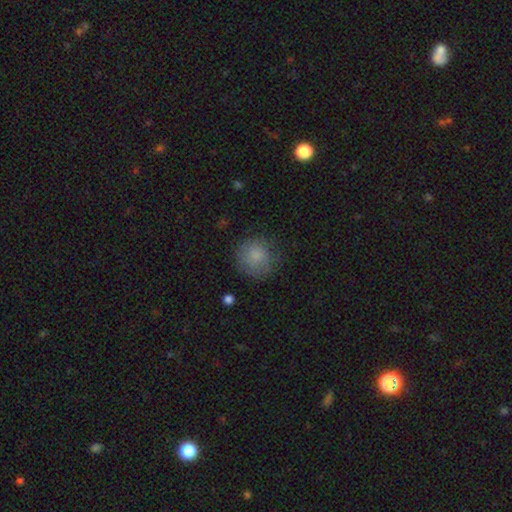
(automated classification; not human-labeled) smooth_or_featured: smooth (p=0.82) [alt: featured or disk p=0.10]
how_rounded: round (p=0.91) [alt: in between p=0.08]
merging: none (p=0.75) [alt: minor disturbance p=0.18]